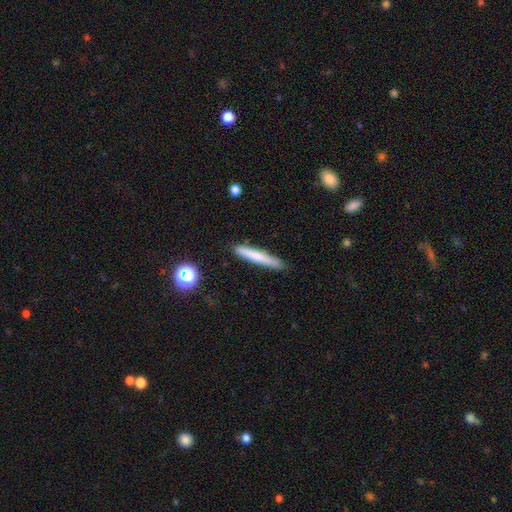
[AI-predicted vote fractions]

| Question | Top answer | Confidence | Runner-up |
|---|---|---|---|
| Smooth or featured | smooth | 69% | featured or disk (23%) |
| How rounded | cigar-shaped | 95% | in between (4%) |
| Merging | none | 86% | minor disturbance (11%) |